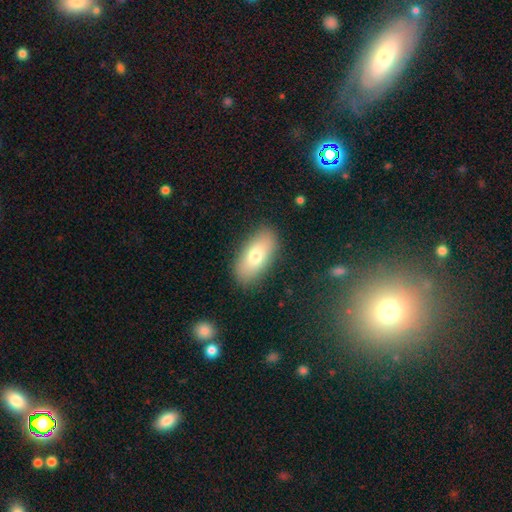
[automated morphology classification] This appears to be a smooth galaxy with no disk features (73%) that is in between round and cigar-shaped (88%). Merging: none (86%).